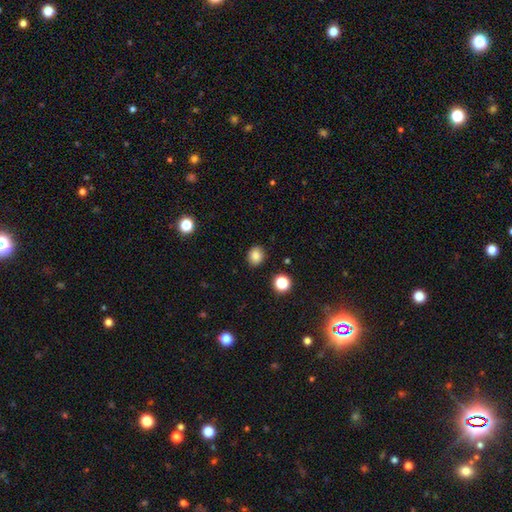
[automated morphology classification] A smooth galaxy with no disk features (84%) that is round (65%). Merging: none (88%).